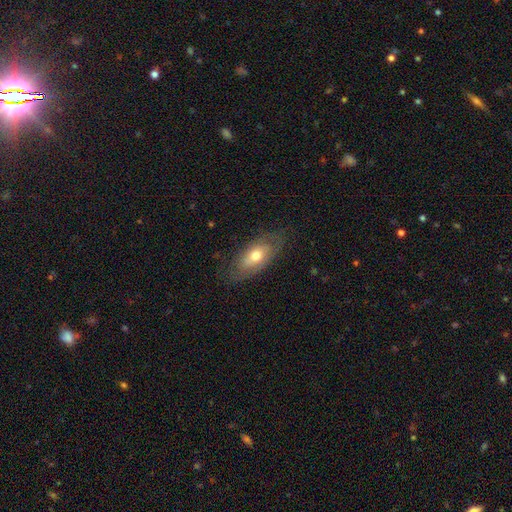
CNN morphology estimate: A smooth galaxy with no disk features (57%) that is in between round and cigar-shaped (86%).

Vote fractions:
- Smooth or featured? smooth: 57% / featured or disk: 36% / star or artifact: 7%
- How rounded? in between: 86% / cigar-shaped: 9% / round: 4%
- Merging? none: 75% / minor disturbance: 18% / major disturbance: 6% / merger: 1%